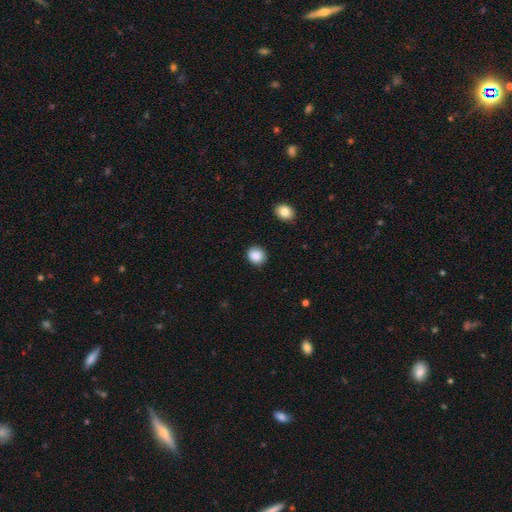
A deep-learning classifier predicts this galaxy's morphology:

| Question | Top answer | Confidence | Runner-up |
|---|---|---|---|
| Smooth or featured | smooth | 89% | star or artifact (8%) |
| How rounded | round | 78% | in between (22%) |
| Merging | none | 88% | minor disturbance (8%) |